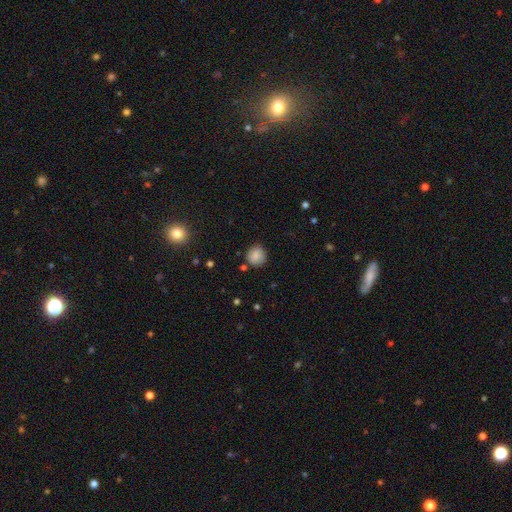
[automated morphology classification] Q: Smooth or featured?
A: smooth (85%); runner-up: star or artifact (10%)
Q: How rounded?
A: round (88%); runner-up: in between (11%)
Q: Merging?
A: none (83%); runner-up: minor disturbance (12%)